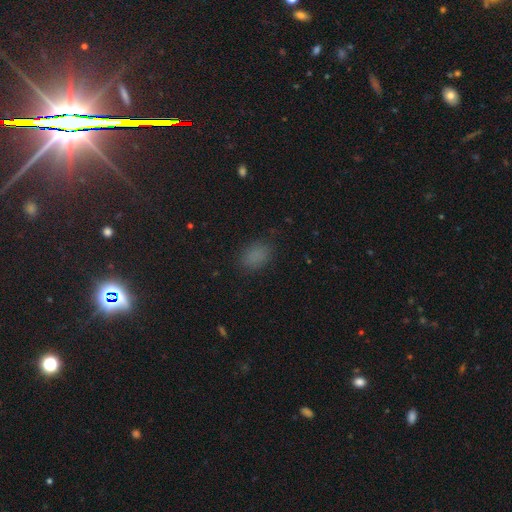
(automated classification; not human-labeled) Smooth or featured? Predicted: smooth (p=0.82). How rounded? Predicted: in between (p=0.83). Merging? Predicted: none (p=0.81).